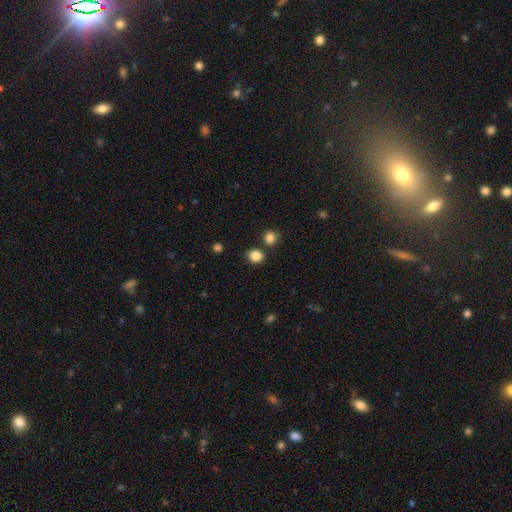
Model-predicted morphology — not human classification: A smooth galaxy with no disk features (86%) that is round (76%). Merging: none (80%).